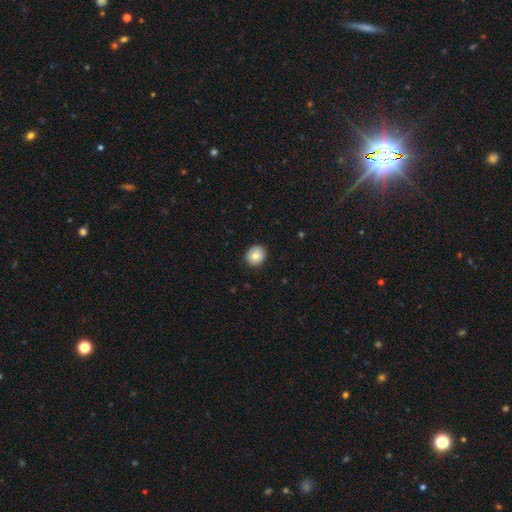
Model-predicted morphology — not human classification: A smooth galaxy with no disk features (81%) that is round (79%).

Vote fractions:
- Smooth or featured? smooth: 81% / featured or disk: 10% / star or artifact: 9%
- How rounded? round: 79% / in between: 20% / cigar-shaped: 1%
- Merging? none: 89% / minor disturbance: 9% / major disturbance: 2% / merger: 1%